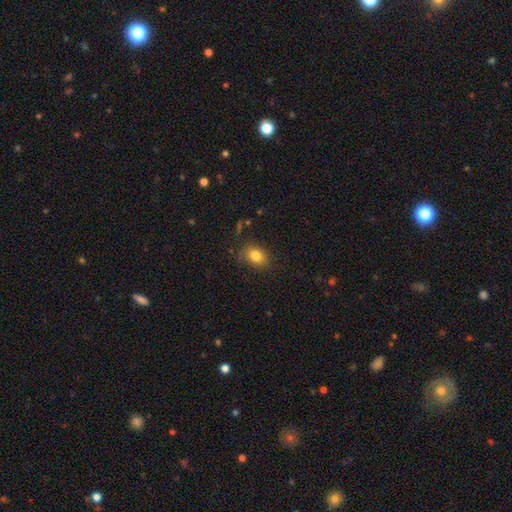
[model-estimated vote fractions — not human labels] This is clearly a smooth galaxy (83%). How rounded: likely in between (71%). Merging: clearly none (81%).